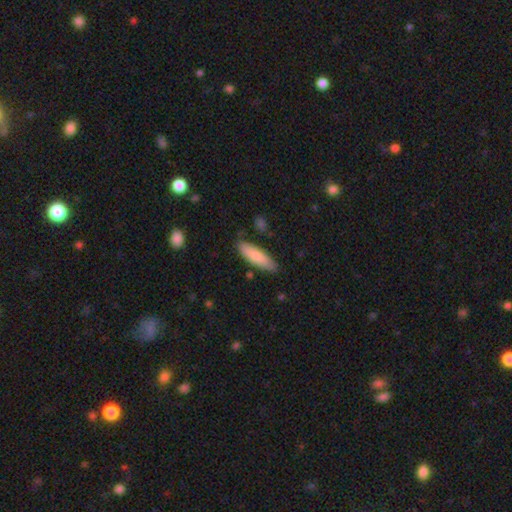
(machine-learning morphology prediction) Smooth or featured? Predicted: smooth (p=0.82). How rounded? Predicted: cigar-shaped (p=0.57). Merging? Predicted: none (p=0.83).